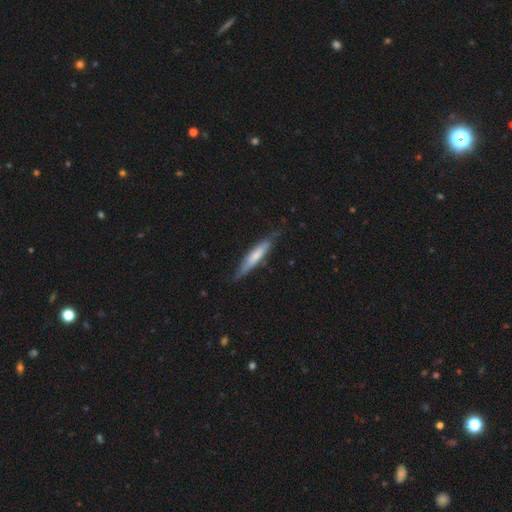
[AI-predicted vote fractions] Smooth or featured?
  - smooth: 59% *
  - featured or disk: 36%
  - star or artifact: 5%
How rounded?
  - cigar-shaped: 86% *
  - in between: 13%
  - round: 1%
Merging?
  - none: 72% *
  - minor disturbance: 22%
  - major disturbance: 4%
  - merger: 2%